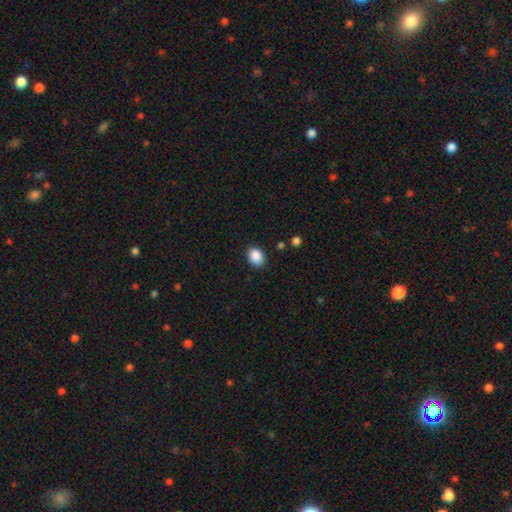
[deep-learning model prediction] Overall: smooth (89%). How rounded: in between (66%; round 33%). Merging: none (87%).